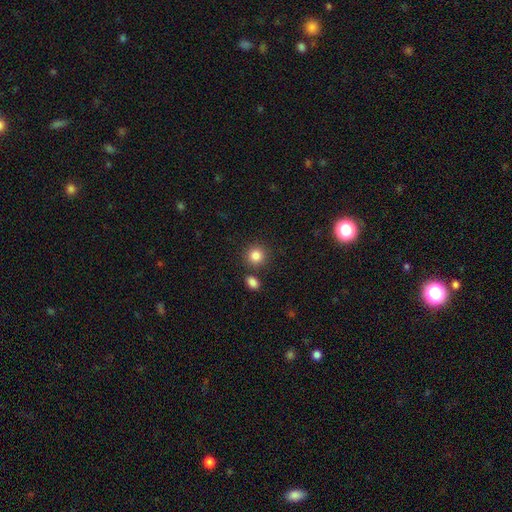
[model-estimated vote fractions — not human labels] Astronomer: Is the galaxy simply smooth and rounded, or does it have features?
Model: smooth — 85%.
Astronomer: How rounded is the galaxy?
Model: round — 89%.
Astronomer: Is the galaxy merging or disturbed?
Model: none — 80%.